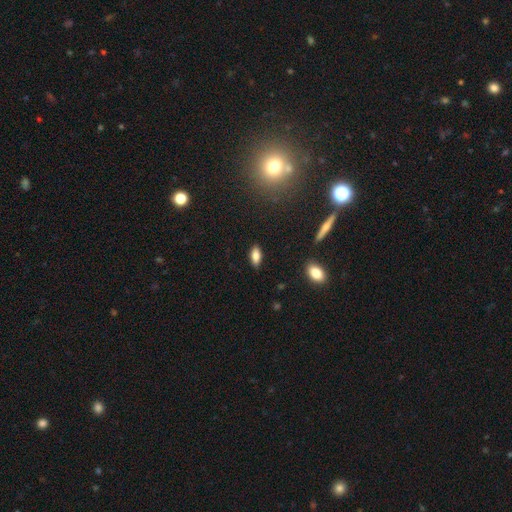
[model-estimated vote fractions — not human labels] This is likely a smooth galaxy (80%). How rounded: clearly in between (83%). Merging: clearly none (88%).